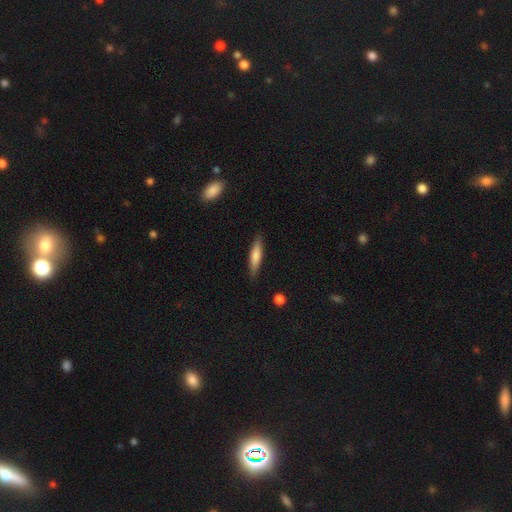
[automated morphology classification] Q: Smooth or featured?
A: smooth (73%); runner-up: featured or disk (21%)
Q: How rounded?
A: cigar-shaped (81%); runner-up: in between (18%)
Q: Merging?
A: none (86%); runner-up: minor disturbance (11%)